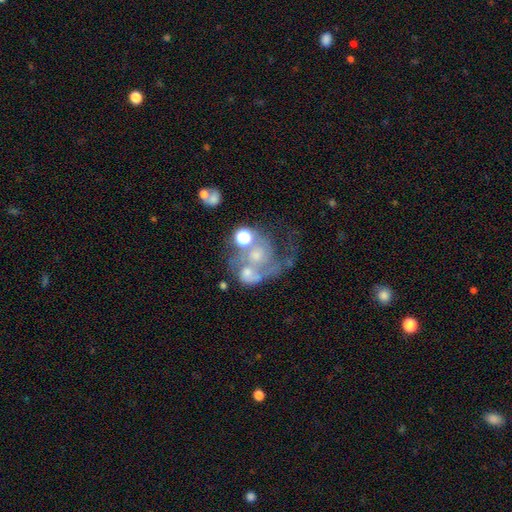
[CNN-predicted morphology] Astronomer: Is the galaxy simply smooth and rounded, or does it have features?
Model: featured or disk — 68%.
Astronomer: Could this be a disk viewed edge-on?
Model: no — 98%.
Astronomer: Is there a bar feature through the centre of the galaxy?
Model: no — 78%.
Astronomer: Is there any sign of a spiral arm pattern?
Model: yes — 64%.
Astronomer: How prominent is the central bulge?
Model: moderate — 36% (runner-up: small, 31%).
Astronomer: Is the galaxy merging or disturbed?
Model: merger — 35% (runner-up: major disturbance, 30%).